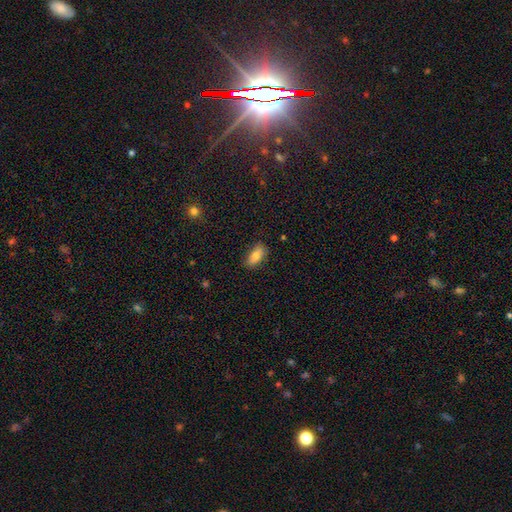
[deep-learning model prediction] A smooth galaxy with no disk features (78%) that is in between round and cigar-shaped (87%).

Vote fractions:
- Smooth or featured? smooth: 78% / featured or disk: 14% / star or artifact: 8%
- How rounded? in between: 87% / cigar-shaped: 10% / round: 4%
- Merging? none: 83% / minor disturbance: 13% / major disturbance: 2% / merger: 1%